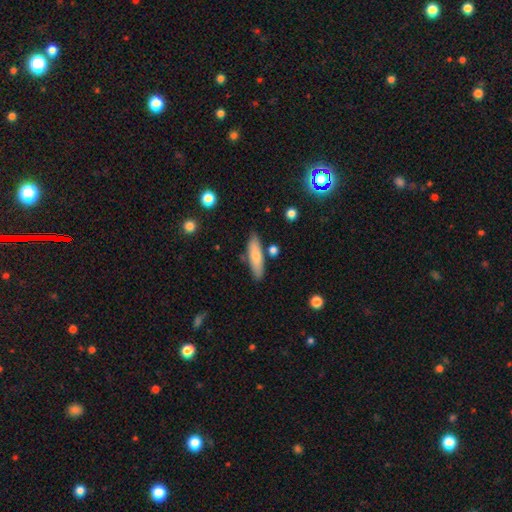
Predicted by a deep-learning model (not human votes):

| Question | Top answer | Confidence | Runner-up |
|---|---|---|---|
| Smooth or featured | smooth | 73% | featured or disk (21%) |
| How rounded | cigar-shaped | 64% | in between (34%) |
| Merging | none | 80% | minor disturbance (12%) |